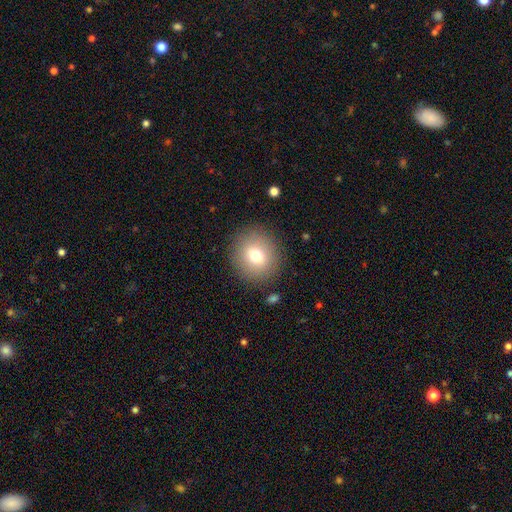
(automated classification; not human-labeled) smooth-or-featured: smooth: 73% | featured or disk: 15% | star or artifact: 11%
  how-rounded: round: 89% | in between: 10% | cigar-shaped: 1%
  merging: none: 87% | minor disturbance: 8% | major disturbance: 3% | merger: 2%